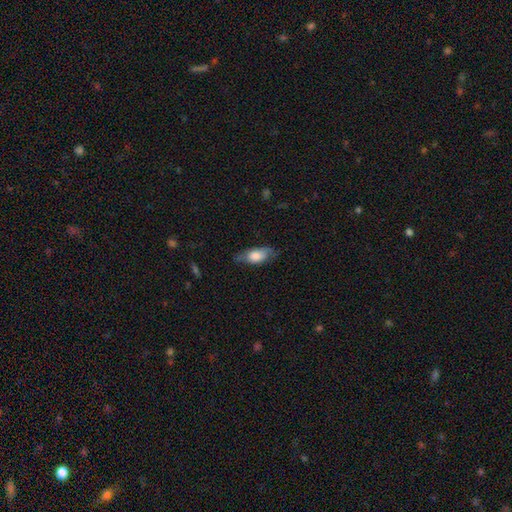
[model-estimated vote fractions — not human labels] Smooth or featured? Predicted: smooth (p=0.68). How rounded? Predicted: in between (p=0.81). Merging? Predicted: none (p=0.66).